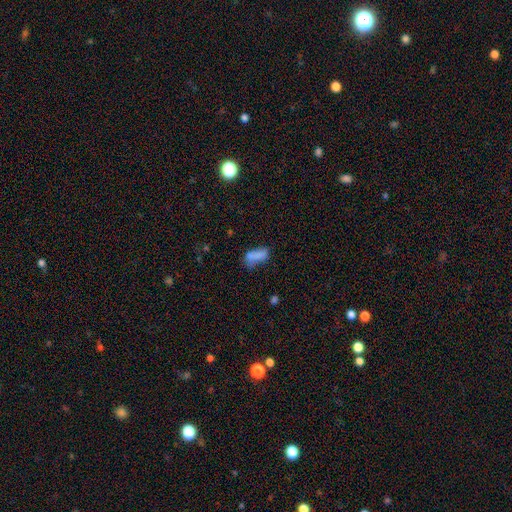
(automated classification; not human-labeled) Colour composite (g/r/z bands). It shows a smooth galaxy with no disk features (75%) that is in between round and cigar-shaped (83%). Merging: none (40%).